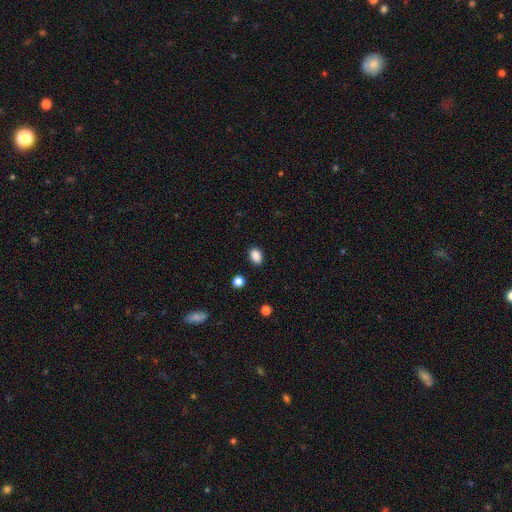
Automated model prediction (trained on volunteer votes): The model was most divided on "how rounded": in between: 82%, round: 17%, cigar-shaped: 1%. More confident: smooth or featured — smooth (88%); merging — none (88%).